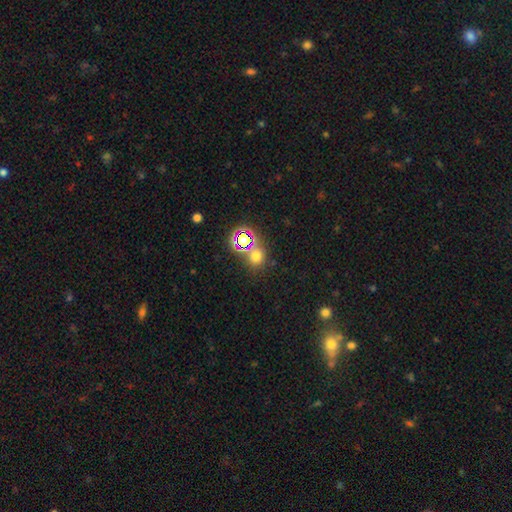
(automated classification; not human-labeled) The model was most divided on "smooth or featured": smooth: 59%, star or artifact: 34%, featured or disk: 7%. More confident: how rounded — round (78%); merging — none (71%).